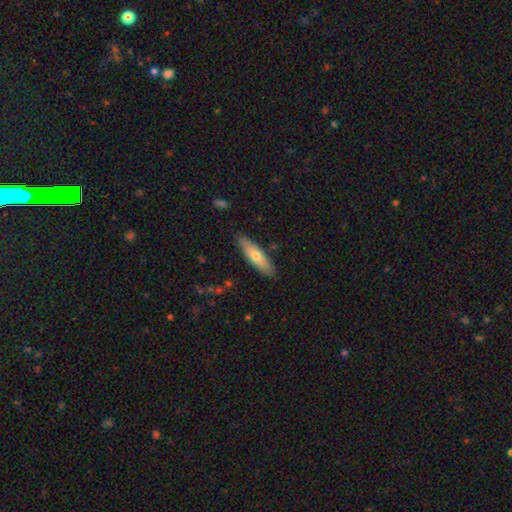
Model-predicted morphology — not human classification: type=smooth (61%); roundness=cigar-shaped (70%); merging=none (86%).